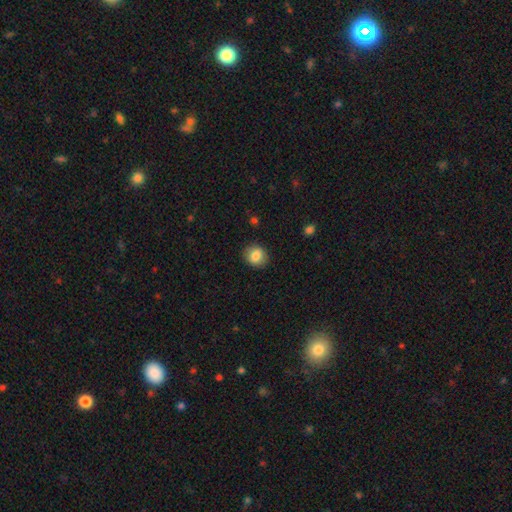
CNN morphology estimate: type=smooth (83%); roundness=round (73%); merging=none (89%).